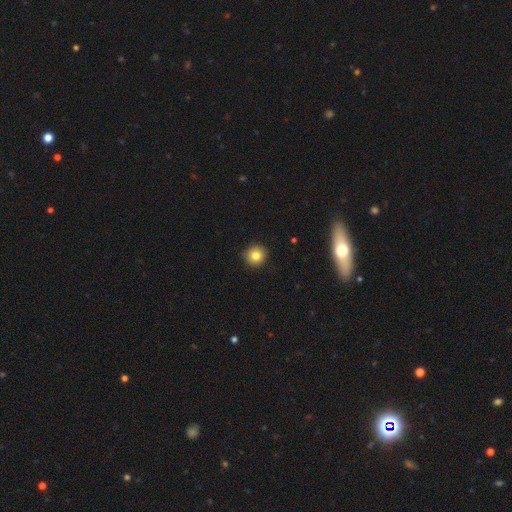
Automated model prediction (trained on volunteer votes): The model was most divided on "smooth or featured": smooth: 81%, star or artifact: 11%, featured or disk: 7%. More confident: how rounded — round (94%); merging — none (90%).